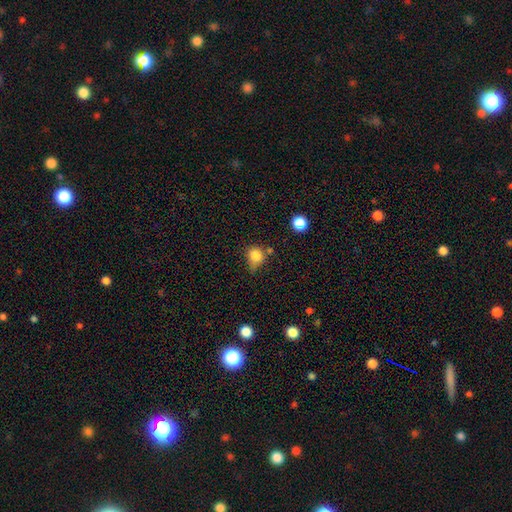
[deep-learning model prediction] smooth 82%, star or artifact 12%, featured or disk 6%. Down the decision tree: how rounded — round (74%); merging — none (48%).